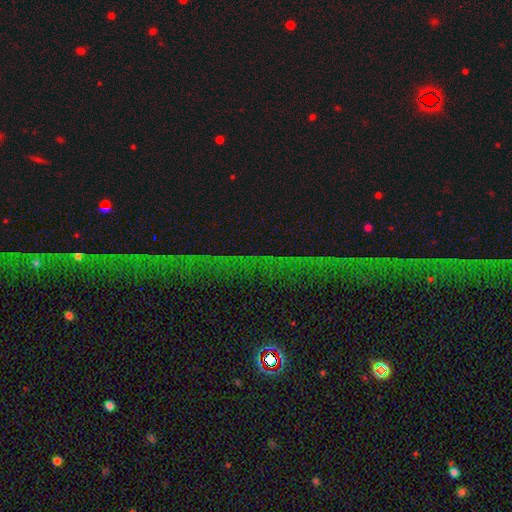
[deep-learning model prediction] Morphology: type=star or artifact (79%).